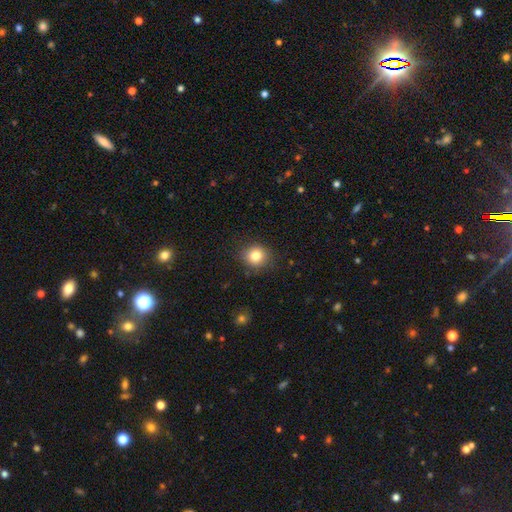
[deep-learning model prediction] A smooth galaxy with no disk features (81%) that is round (86%). Merging: none (87%).